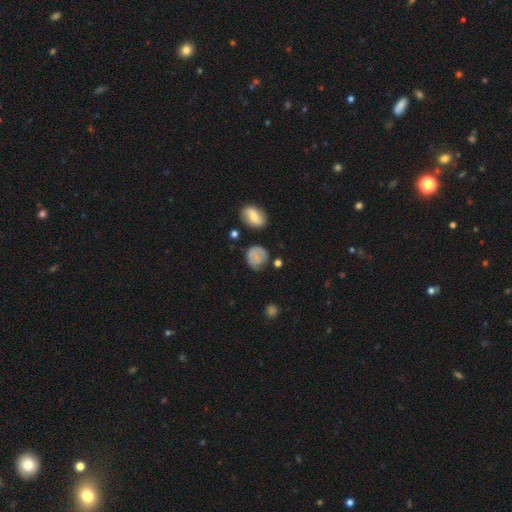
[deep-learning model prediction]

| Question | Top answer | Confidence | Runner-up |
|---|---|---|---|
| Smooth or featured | smooth | 70% | featured or disk (19%) |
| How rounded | round | 76% | in between (22%) |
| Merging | none | 62% | minor disturbance (25%) |